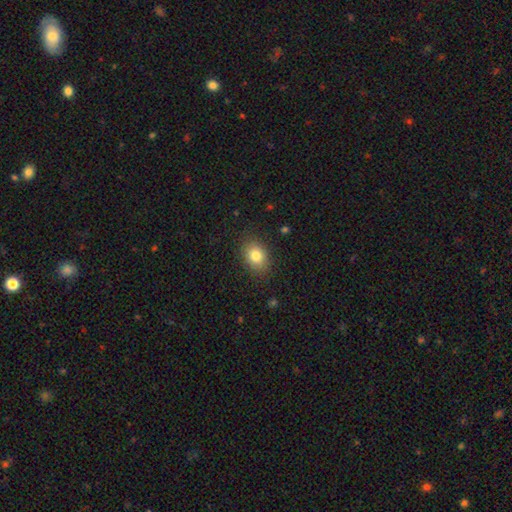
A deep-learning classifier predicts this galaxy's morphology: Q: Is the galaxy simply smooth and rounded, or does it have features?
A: smooth — 82%.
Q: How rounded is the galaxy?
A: in between — 62%.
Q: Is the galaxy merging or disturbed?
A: none — 86%.